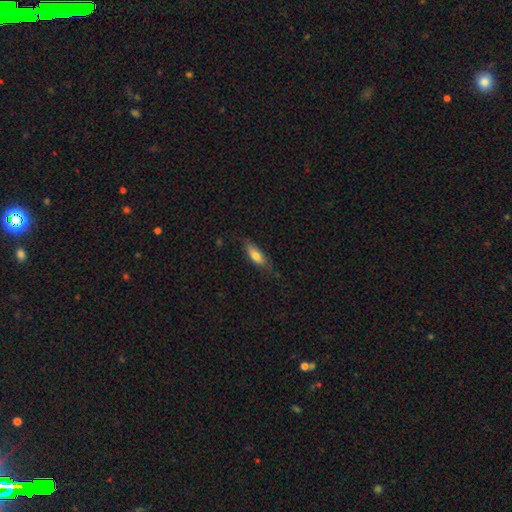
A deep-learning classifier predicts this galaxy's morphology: Smooth or featured: smooth — 72% (featured or disk — 22%)
How rounded: in between — 59% (cigar-shaped — 39%)
Merging: none — 70% (minor disturbance — 23%)